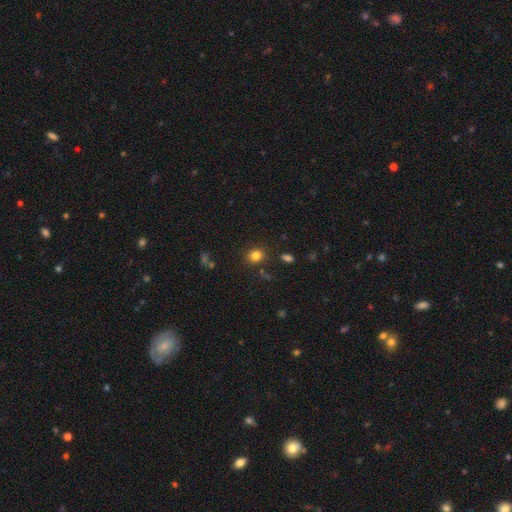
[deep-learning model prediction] smooth_or_featured: smooth (p=0.82) [alt: star or artifact p=0.13]
how_rounded: round (p=0.72) [alt: in between p=0.27]
merging: none (p=0.85) [alt: minor disturbance p=0.09]